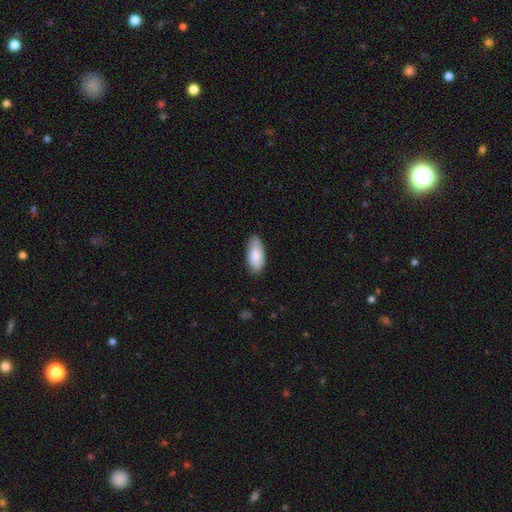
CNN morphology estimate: Smooth or featured? Predicted: smooth (p=0.84). How rounded? Predicted: in between (p=0.89). Merging? Predicted: none (p=0.76).